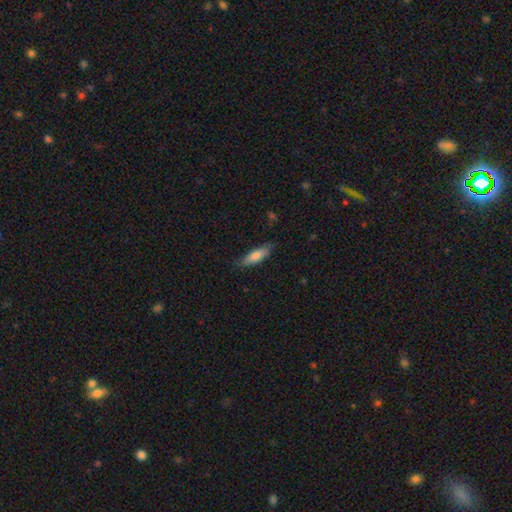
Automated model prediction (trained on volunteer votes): Overall: smooth (76%). How rounded: cigar-shaped (51%; in between 47%). Merging: none (77%).